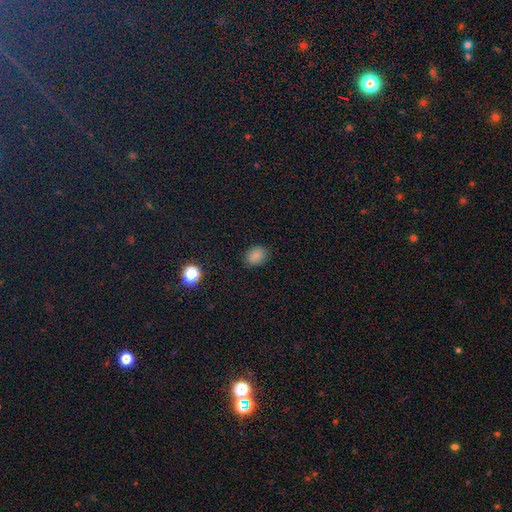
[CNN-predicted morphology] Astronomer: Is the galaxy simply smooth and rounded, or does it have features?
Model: smooth — 83%.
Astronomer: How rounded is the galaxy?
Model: in between — 62% (runner-up: round, 37%).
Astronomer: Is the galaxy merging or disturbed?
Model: none — 85%.